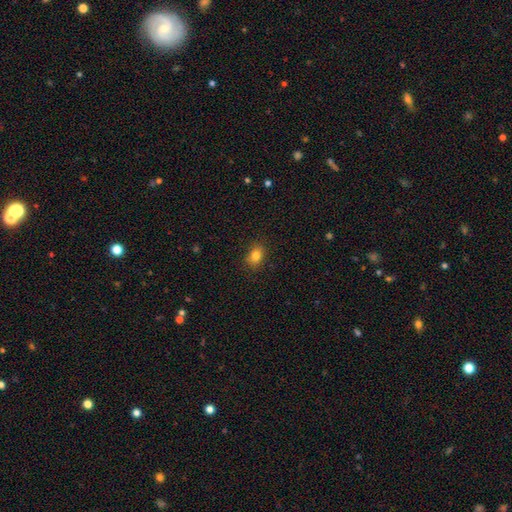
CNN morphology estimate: Smooth or featured?
  - smooth: 82% *
  - star or artifact: 11%
  - featured or disk: 7%
How rounded?
  - in between: 65% *
  - round: 34%
  - cigar-shaped: 1%
Merging?
  - none: 83% *
  - minor disturbance: 13%
  - major disturbance: 3%
  - merger: 1%